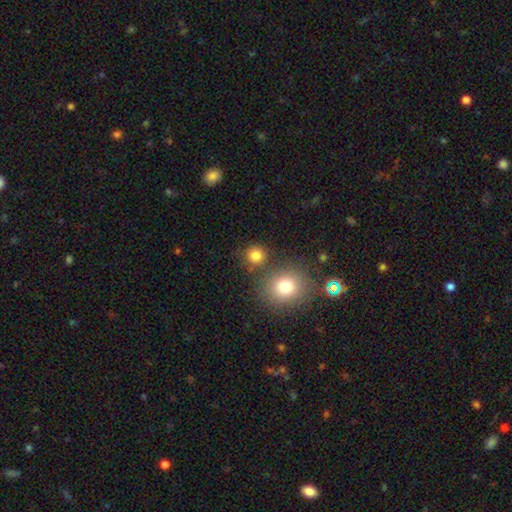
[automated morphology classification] A smooth galaxy with no disk features (80%) that is round (91%). Merging: none (77%).